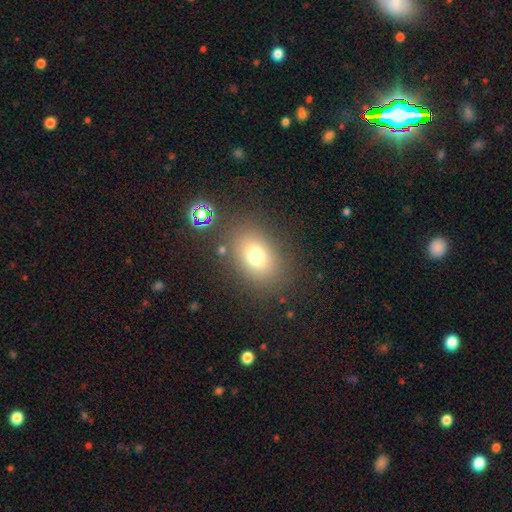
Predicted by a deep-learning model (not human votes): smooth 73%, star or artifact 15%, featured or disk 12%. Down the decision tree: how rounded — in between (66%); merging — none (80%).